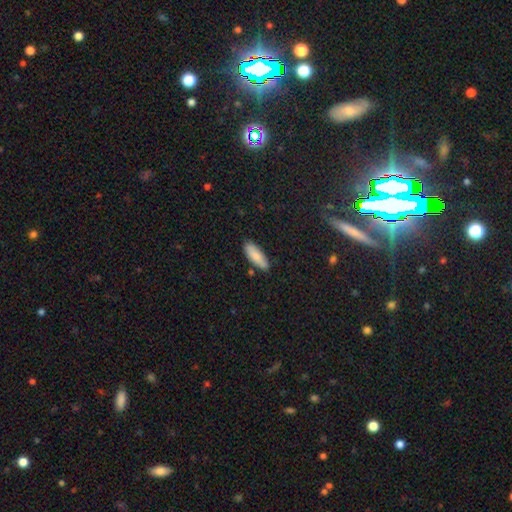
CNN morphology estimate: Q: Smooth or featured?
A: smooth (86%); runner-up: featured or disk (8%)
Q: How rounded?
A: in between (63%); runner-up: cigar-shaped (35%)
Q: Merging?
A: none (83%); runner-up: minor disturbance (12%)